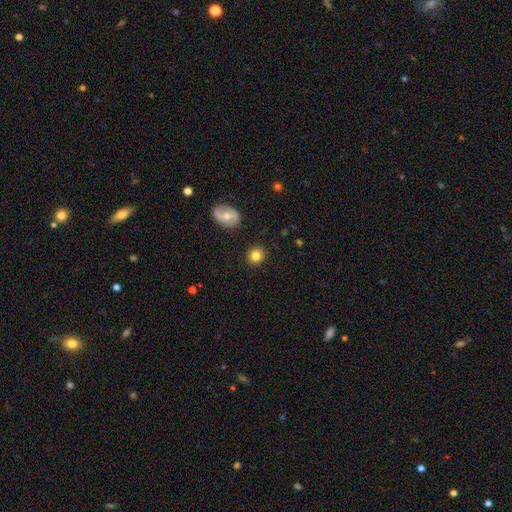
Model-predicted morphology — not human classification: Smooth or featured? Predicted: smooth (p=0.83). How rounded? Predicted: round (p=0.87). Merging? Predicted: none (p=0.90).